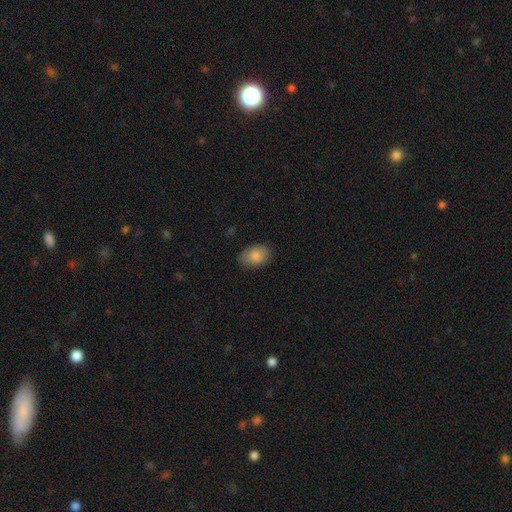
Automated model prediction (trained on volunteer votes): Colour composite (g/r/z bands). It shows a smooth galaxy with no disk features (85%) that is in between round and cigar-shaped (82%). Merging: none (84%).